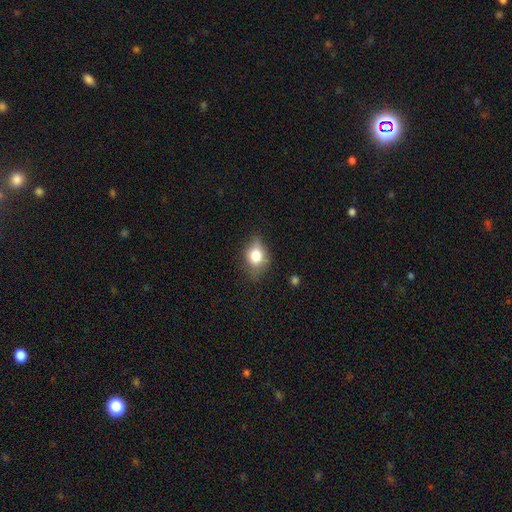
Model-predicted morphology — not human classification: Q: Smooth or featured?
A: smooth (72%); runner-up: featured or disk (18%)
Q: How rounded?
A: in between (69%); runner-up: round (29%)
Q: Merging?
A: none (57%); runner-up: minor disturbance (32%)